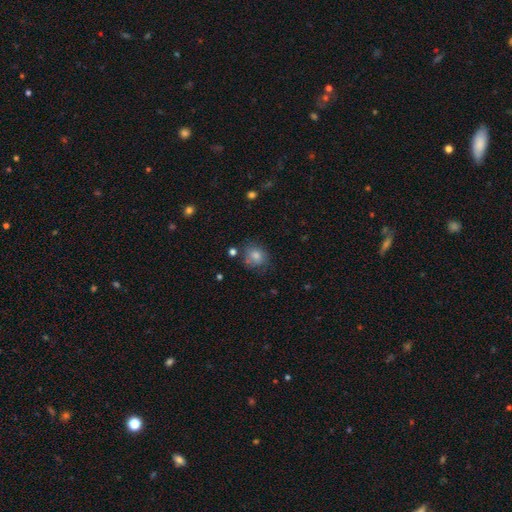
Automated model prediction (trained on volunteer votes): Overall: smooth (78%). How rounded: round (70%). Merging: none (67%).